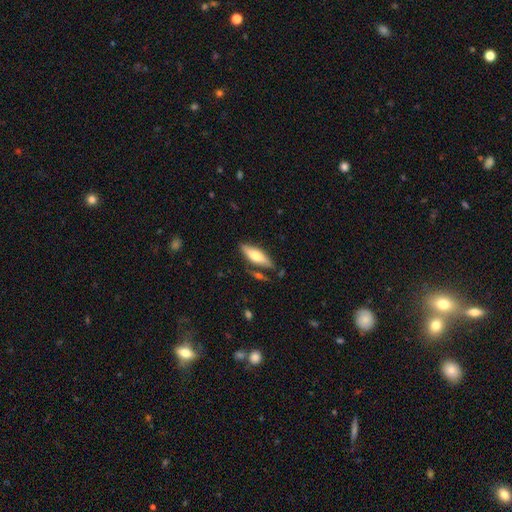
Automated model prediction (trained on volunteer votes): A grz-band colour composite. It shows a smooth galaxy with no disk features (61%) that is in between round and cigar-shaped (53%). Merging: none (73%).